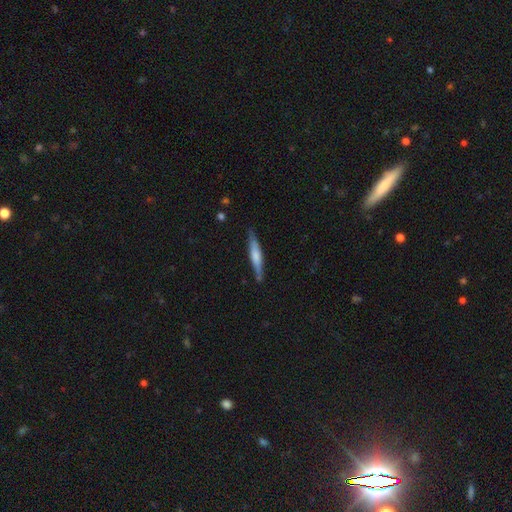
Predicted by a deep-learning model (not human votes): Morphology: type=smooth (52%); roundness=cigar-shaped (90%); merging=none (82%).